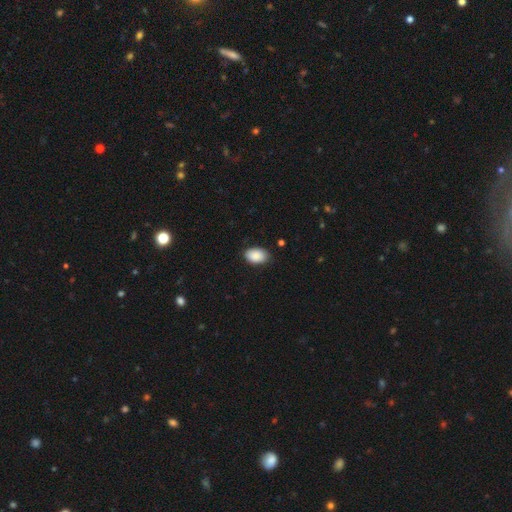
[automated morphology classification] smooth 88%, star or artifact 7%, featured or disk 5%. Down the decision tree: how rounded — in between (89%); merging — none (83%).